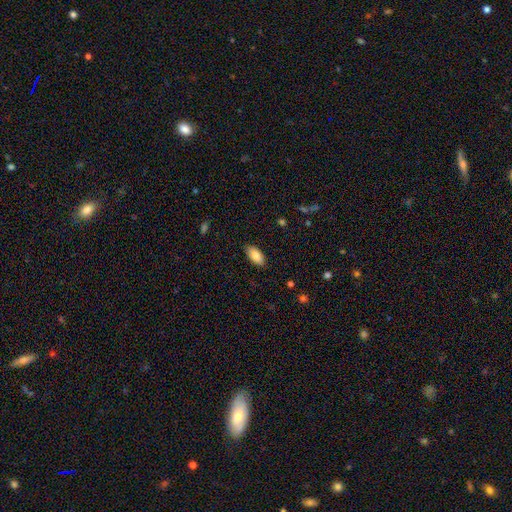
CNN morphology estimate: A smooth galaxy with no disk features (87%) that is in between round and cigar-shaped (91%). Merging: none (87%).